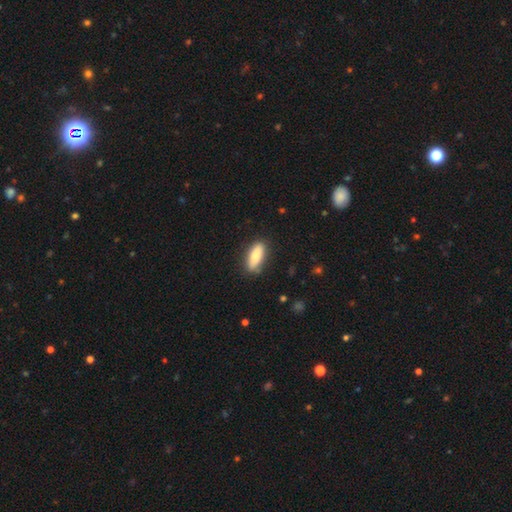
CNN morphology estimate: A smooth galaxy with no disk features (82%) that is in between round and cigar-shaped (66%).

Vote fractions:
- Smooth or featured? smooth: 82% / featured or disk: 12% / star or artifact: 6%
- How rounded? in between: 66% / cigar-shaped: 32% / round: 2%
- Merging? none: 83% / minor disturbance: 13% / major disturbance: 3% / merger: 1%